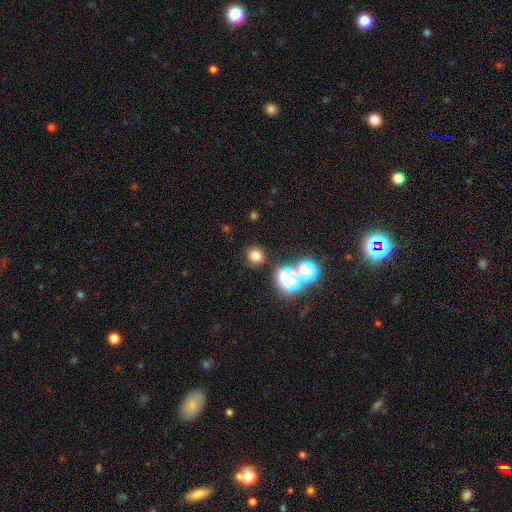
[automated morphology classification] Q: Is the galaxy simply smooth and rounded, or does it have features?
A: smooth — 72%.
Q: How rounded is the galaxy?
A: round — 89%.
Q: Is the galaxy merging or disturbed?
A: none — 82%.